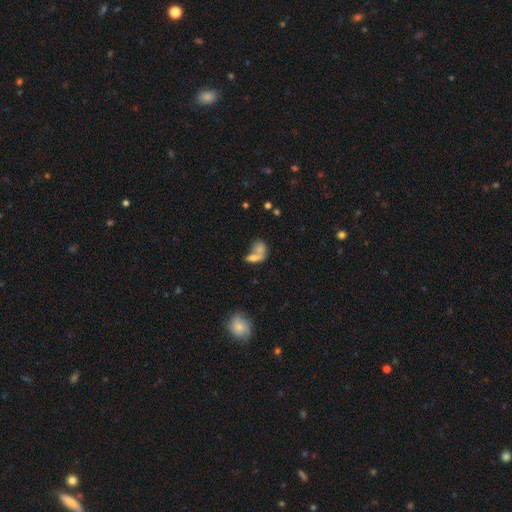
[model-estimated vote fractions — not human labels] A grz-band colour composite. It shows a smooth galaxy with no disk features (69%) that is in between round and cigar-shaped (68%). Merging: merger (58%).